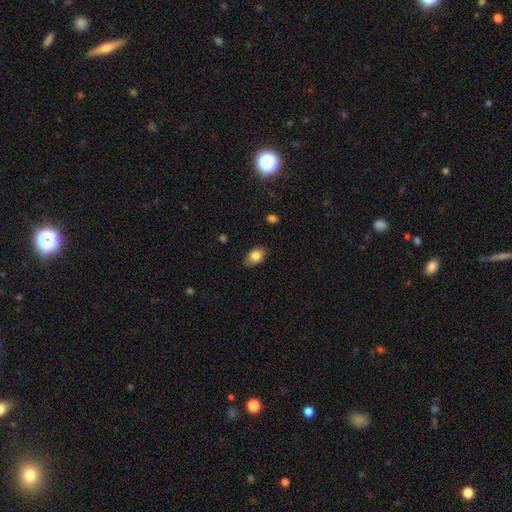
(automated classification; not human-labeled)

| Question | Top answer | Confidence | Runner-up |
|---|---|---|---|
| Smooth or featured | smooth | 83% | star or artifact (8%) |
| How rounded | in between | 81% | round (18%) |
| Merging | none | 81% | minor disturbance (15%) |